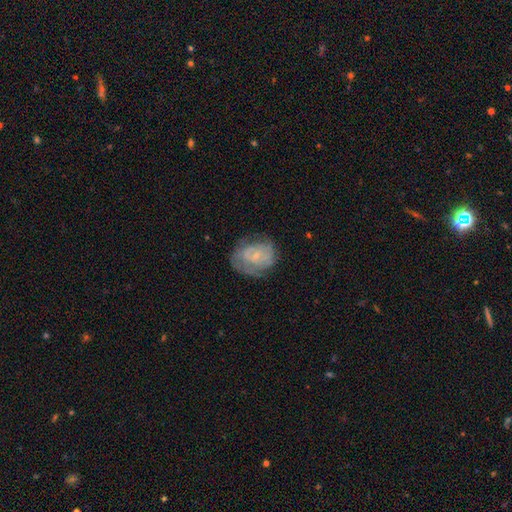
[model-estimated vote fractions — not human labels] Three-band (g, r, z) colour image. It shows a featured or disk galaxy (61%) with no bar (67%), spiral arms (69%) and a small central bulge (72%). Merging: none (57%).